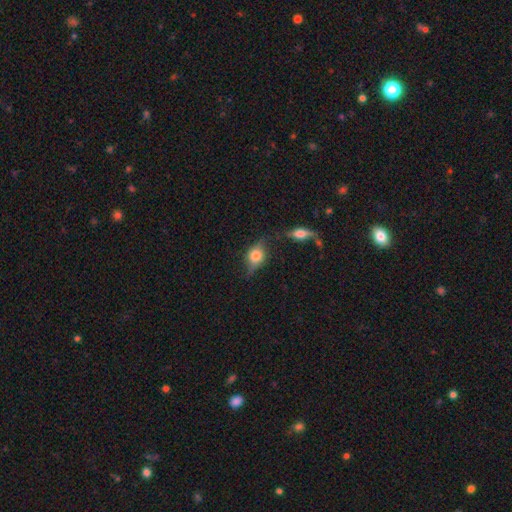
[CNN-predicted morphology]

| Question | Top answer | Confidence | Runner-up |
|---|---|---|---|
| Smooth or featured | smooth | 49% | featured or disk (40%) |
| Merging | none | 60% | minor disturbance (23%) |